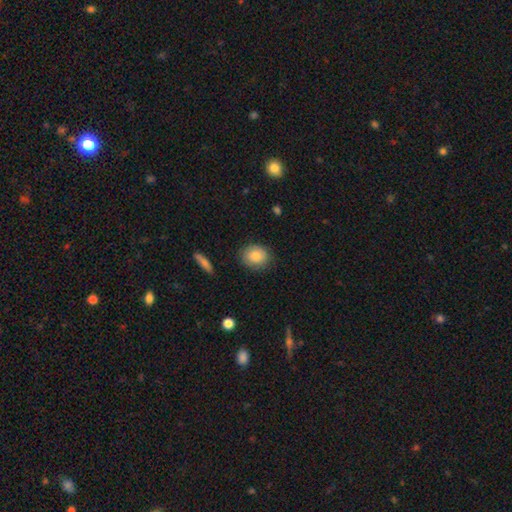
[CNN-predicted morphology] Smooth or featured?
  - smooth: 82% *
  - featured or disk: 10%
  - star or artifact: 8%
How rounded?
  - round: 67% *
  - in between: 32%
  - cigar-shaped: 1%
Merging?
  - none: 85% *
  - minor disturbance: 11%
  - major disturbance: 3%
  - merger: 1%